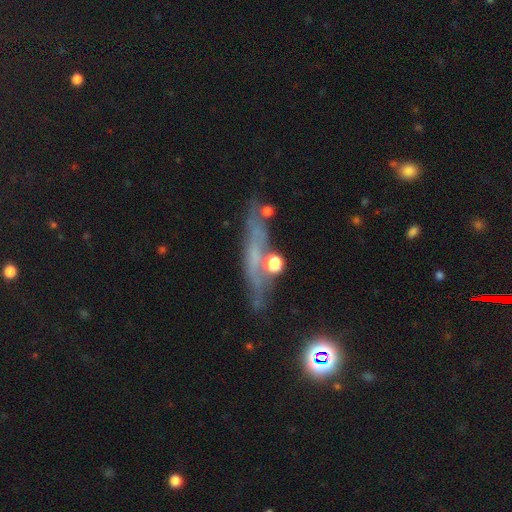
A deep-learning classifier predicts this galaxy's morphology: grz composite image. It shows a featured or disk galaxy (52%) viewed edge-on (72%). Merging: none (69%).